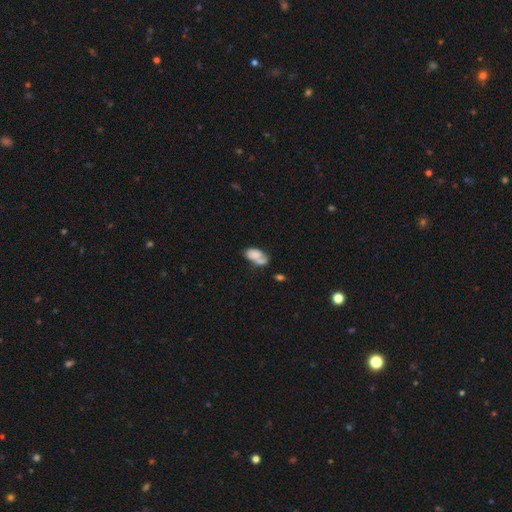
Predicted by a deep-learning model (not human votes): Overall: smooth (68%). How rounded: in between (91%). Merging: merger (40%; none 30%).